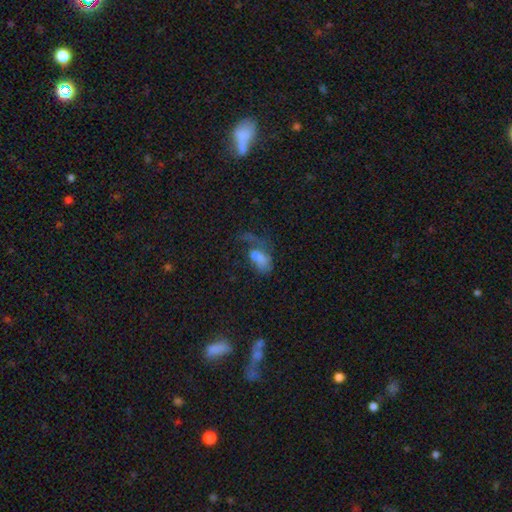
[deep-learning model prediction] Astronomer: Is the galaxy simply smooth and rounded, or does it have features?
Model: smooth — 54%.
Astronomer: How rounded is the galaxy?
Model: in between — 82%.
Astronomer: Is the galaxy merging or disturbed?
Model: major disturbance — 52%.